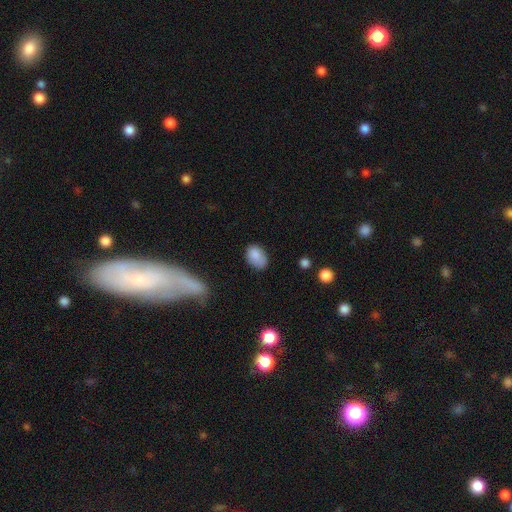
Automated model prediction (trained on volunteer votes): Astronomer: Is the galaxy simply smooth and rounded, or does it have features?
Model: smooth — 85%.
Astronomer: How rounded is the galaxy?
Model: in between — 86%.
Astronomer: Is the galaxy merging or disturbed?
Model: none — 66%.